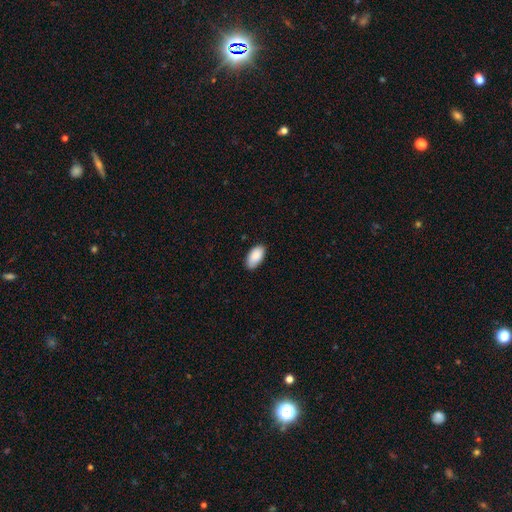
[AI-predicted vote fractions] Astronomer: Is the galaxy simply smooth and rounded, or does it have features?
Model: smooth — 89%.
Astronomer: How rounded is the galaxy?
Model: in between — 95%.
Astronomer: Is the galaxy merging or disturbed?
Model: none — 82%.